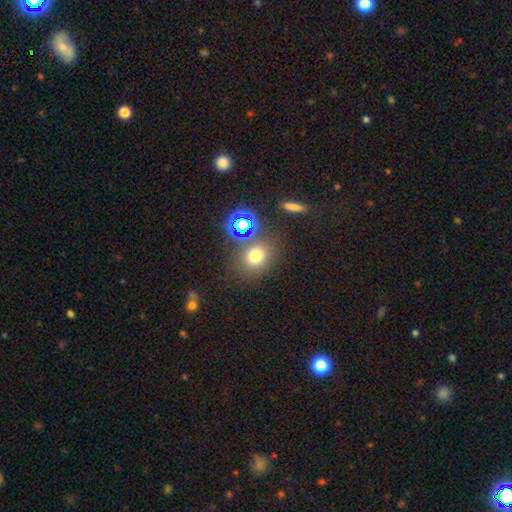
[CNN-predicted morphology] A smooth galaxy with no disk features (69%) that is round (67%).

Vote fractions:
- Smooth or featured? smooth: 69% / star or artifact: 22% / featured or disk: 9%
- How rounded? round: 67% / in between: 32% / cigar-shaped: 1%
- Merging? none: 73% / merger: 12% / minor disturbance: 11% / major disturbance: 5%